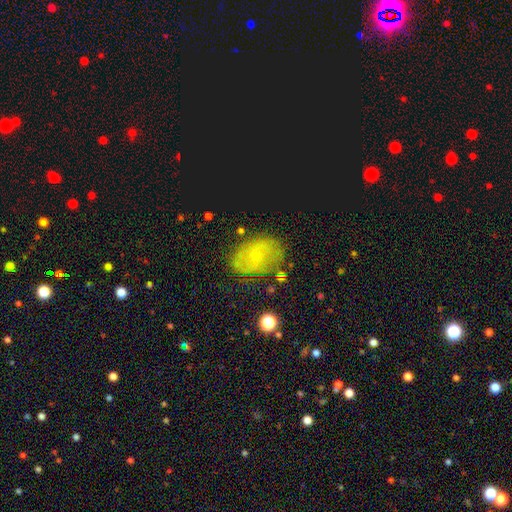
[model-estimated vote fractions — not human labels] Smooth or featured? Predicted: featured or disk (p=0.43). Merging? Predicted: none (p=0.71).